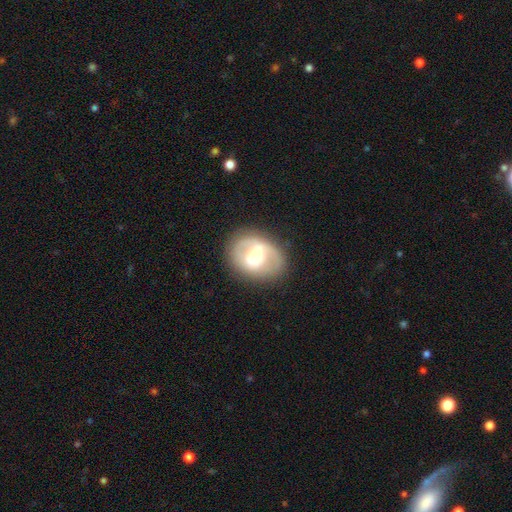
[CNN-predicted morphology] Smooth or featured? featured or disk (60%)
Edge-on disk? no (94%)
Bar? weak (37%)
Spiral arms? yes (54%)
Bulge size? moderate (52%)
Merging? none (76%)